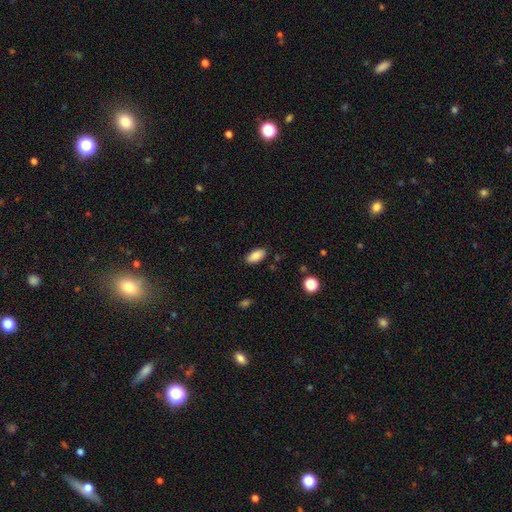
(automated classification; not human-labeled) Smooth or featured? smooth (87%)
How rounded? in between (92%)
Merging? none (87%)